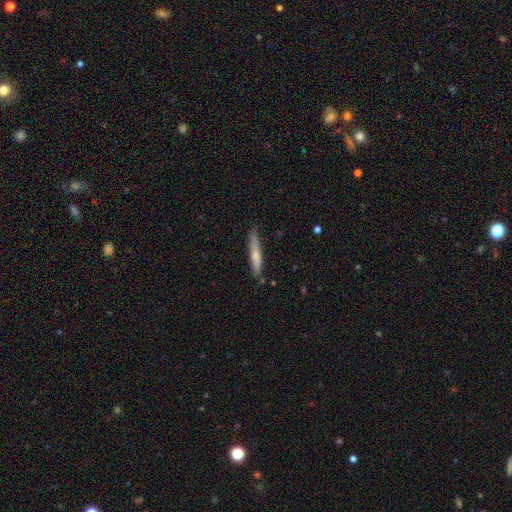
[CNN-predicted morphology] Smooth or featured: smooth — 61% (featured or disk — 33%)
How rounded: cigar-shaped — 92% (in between — 7%)
Merging: none — 80% (minor disturbance — 15%)